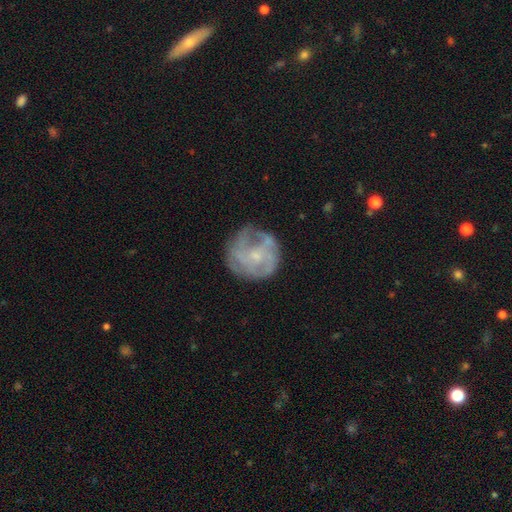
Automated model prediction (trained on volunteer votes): This appears to be a featured or disk galaxy (68%) with no bar (73%), spiral arms (67%) and a small central bulge (58%). Merging: none (67%).